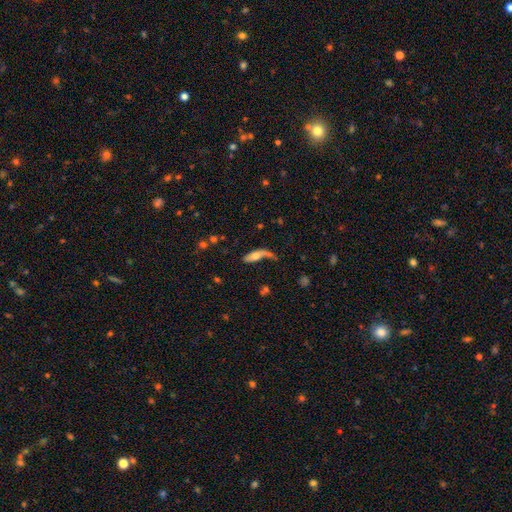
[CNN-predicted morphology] Smooth or featured? Predicted: smooth (p=0.52). How rounded? Predicted: in between (p=0.54). Merging? Predicted: none (p=0.35).